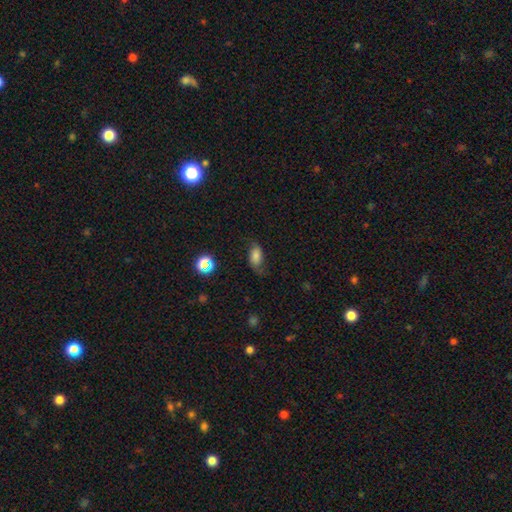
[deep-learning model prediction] A smooth galaxy with no disk features (69%) that is in between round and cigar-shaped (88%). Merging: none (58%).